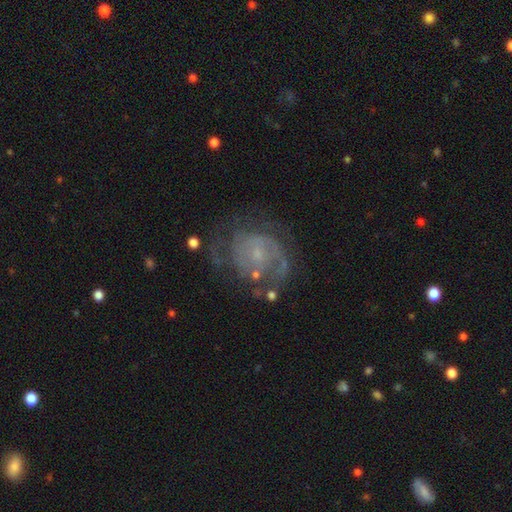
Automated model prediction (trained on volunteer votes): This appears to be a featured or disk galaxy (77%) with no bar (72%), 2 (37%) tight (48%) spiral arms (87%) and a small central bulge (69%). Merging: none (61%).